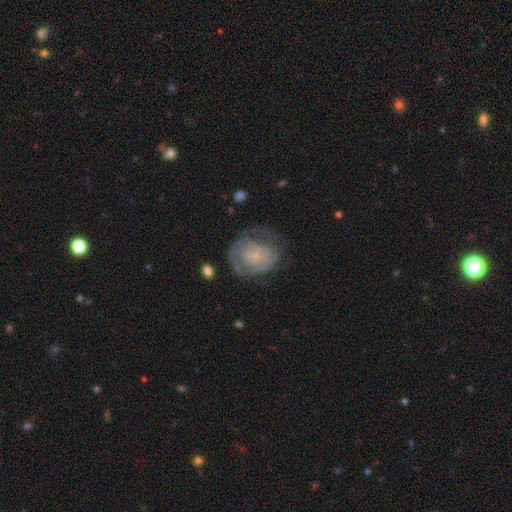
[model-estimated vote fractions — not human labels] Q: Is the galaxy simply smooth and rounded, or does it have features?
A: featured or disk — 62%.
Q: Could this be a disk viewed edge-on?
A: no — 97%.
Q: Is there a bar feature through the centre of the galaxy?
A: no — 84%.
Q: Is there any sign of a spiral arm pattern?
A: yes — 67%.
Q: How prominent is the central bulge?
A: small — 79%.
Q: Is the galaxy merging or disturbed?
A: none — 52%.